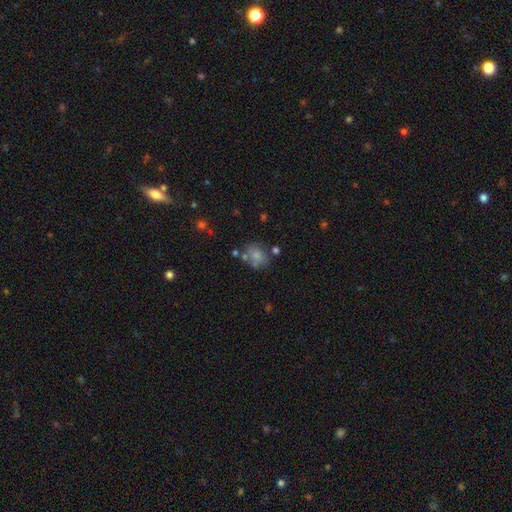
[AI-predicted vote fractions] This appears to be a smooth galaxy with no disk features (75%) that is in between round and cigar-shaped (54%). Merging: none (59%).